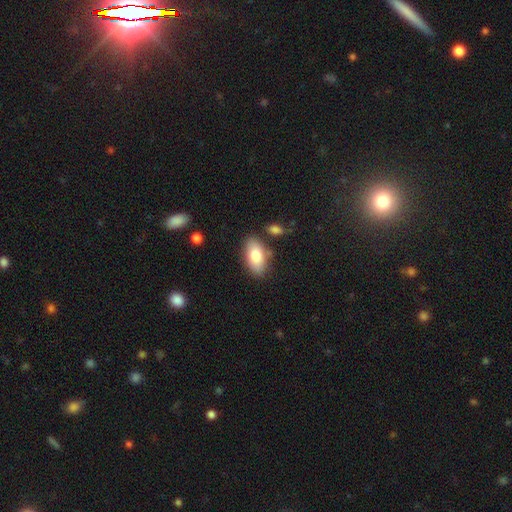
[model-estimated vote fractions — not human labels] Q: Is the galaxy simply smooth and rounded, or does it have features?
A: smooth — 81%.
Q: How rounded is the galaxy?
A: in between — 93%.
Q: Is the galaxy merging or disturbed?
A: none — 77%.